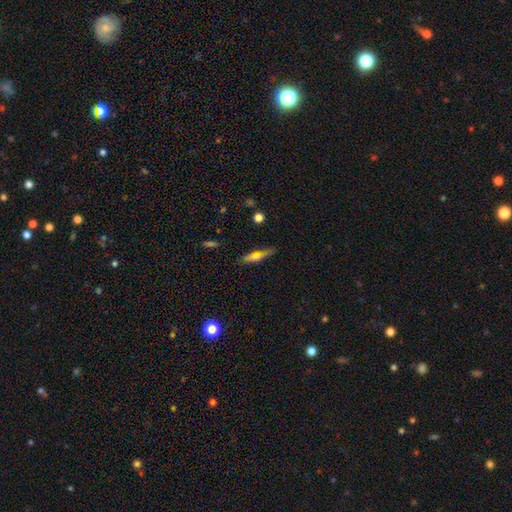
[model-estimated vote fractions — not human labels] smooth 60%, featured or disk 31%, star or artifact 9%. Down the decision tree: how rounded — cigar-shaped (76%); merging — none (64%).